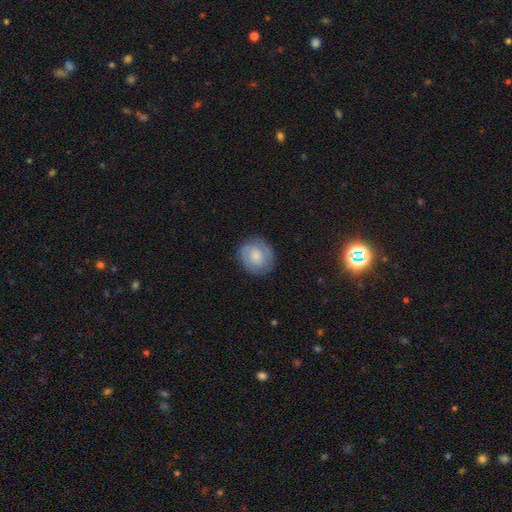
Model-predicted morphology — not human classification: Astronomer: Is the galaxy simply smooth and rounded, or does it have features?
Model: smooth — 48% (runner-up: featured or disk, 45%).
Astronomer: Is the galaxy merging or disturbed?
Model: none — 81%.